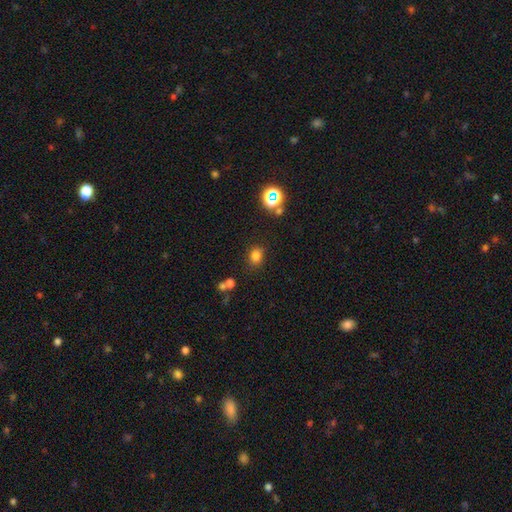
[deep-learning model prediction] The model was most divided on "how rounded": round: 52%, in between: 47%, cigar-shaped: 1%. More confident: merging — none (81%); smooth or featured — smooth (77%).